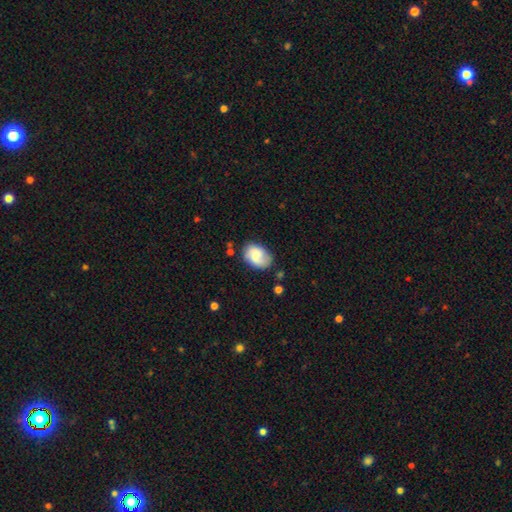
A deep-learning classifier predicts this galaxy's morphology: type=smooth (64%); roundness=in between (75%); merging=none (67%).